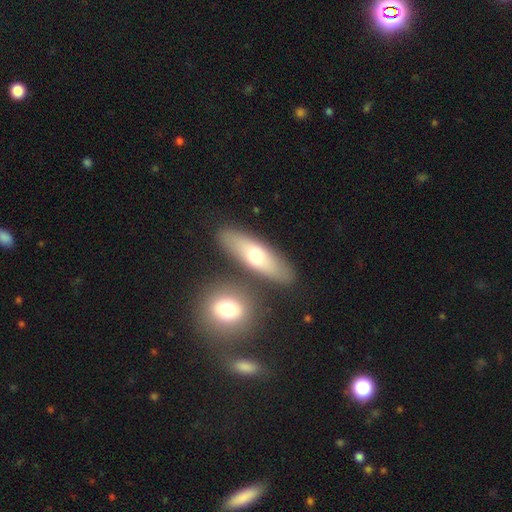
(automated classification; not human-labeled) Smooth or featured? smooth (60%)
How rounded? in between (49%)
Merging? none (77%)